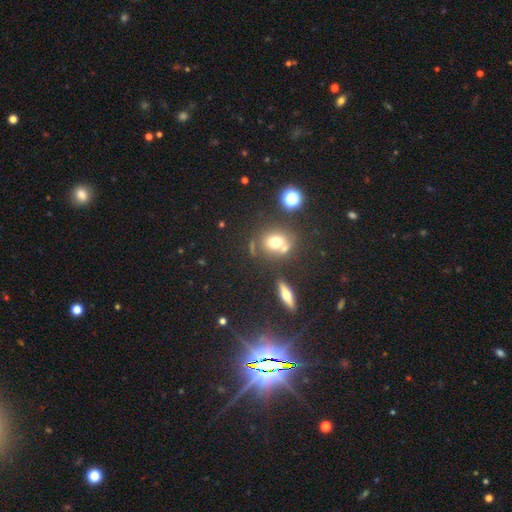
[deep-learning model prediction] A star or artifact, not a galaxy (66%).

Vote fractions:
- Smooth or featured? star or artifact: 66% / smooth: 26% / featured or disk: 8%